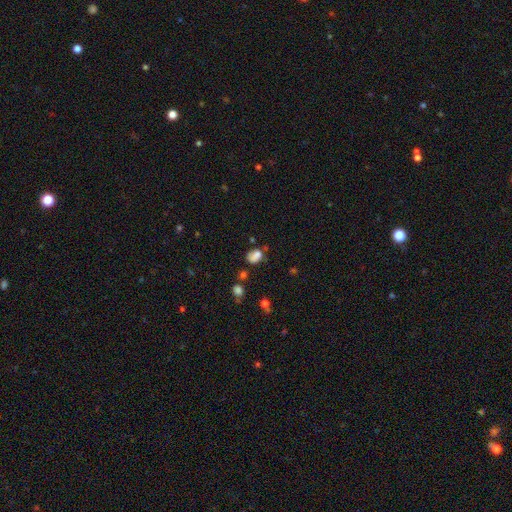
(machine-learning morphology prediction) smooth_or_featured: smooth (p=0.75) [alt: star or artifact p=0.15]
how_rounded: in between (p=0.73) [alt: round p=0.25]
merging: none (p=0.50) [alt: minor disturbance p=0.27]